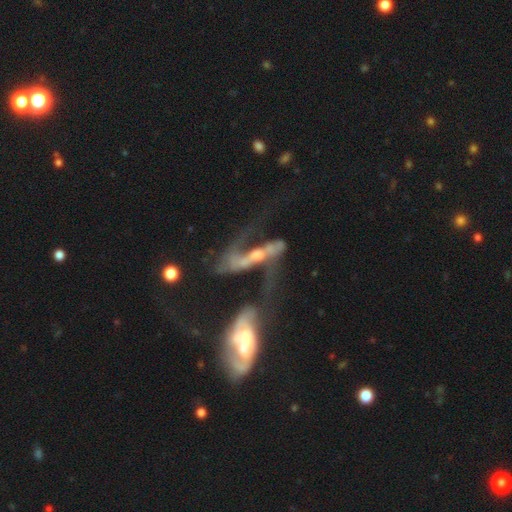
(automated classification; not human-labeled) This appears to be a featured or disk galaxy (78%) with no bar (40%), spiral arms (79%) and a small central bulge (39%). Merging: merger (49%).